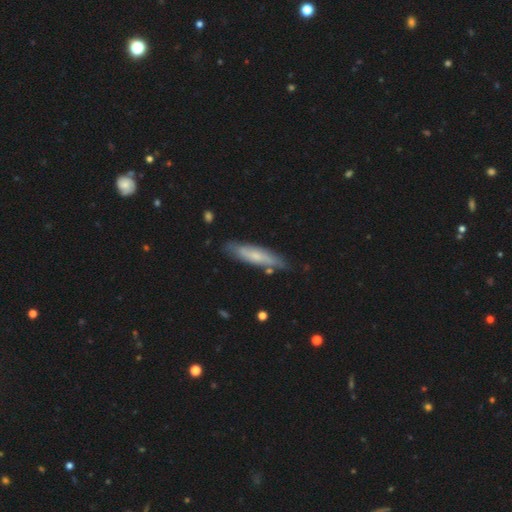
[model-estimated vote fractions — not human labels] Q: Smooth or featured?
A: smooth (53%); runner-up: featured or disk (42%)
Q: How rounded?
A: cigar-shaped (77%); runner-up: in between (21%)
Q: Merging?
A: none (78%); runner-up: minor disturbance (16%)